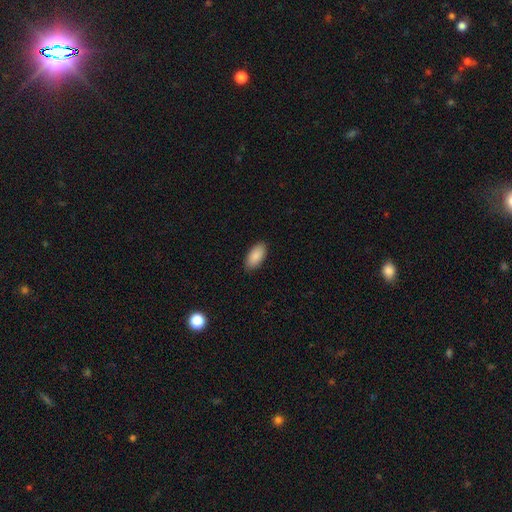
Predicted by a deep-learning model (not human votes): A smooth galaxy with no disk features (90%) that is in between round and cigar-shaped (94%).

Vote fractions:
- Smooth or featured? smooth: 90% / star or artifact: 6% / featured or disk: 4%
- How rounded? in between: 94% / cigar-shaped: 4% / round: 2%
- Merging? none: 88% / minor disturbance: 9% / major disturbance: 2% / merger: 1%